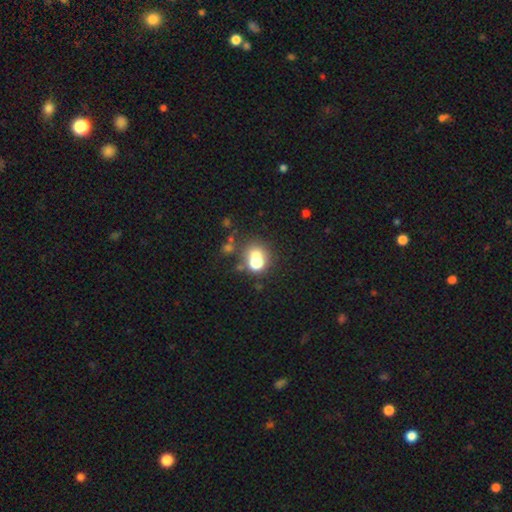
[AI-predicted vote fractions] This is likely a smooth galaxy (63%). How rounded: likely round (75%). Merging: marginally merger (44%).